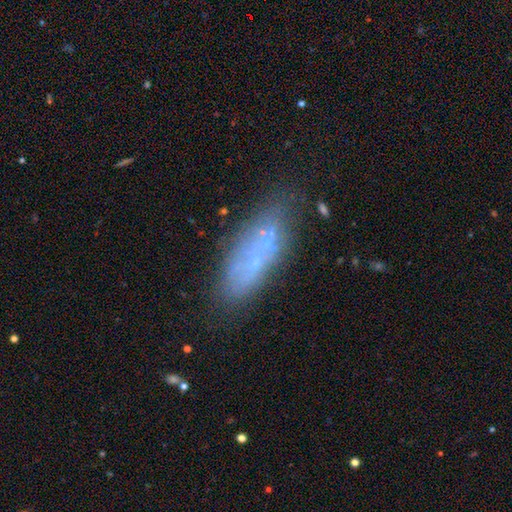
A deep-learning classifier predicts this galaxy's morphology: The model was most divided on "smooth or featured": featured or disk: 44%, smooth: 42%, star or artifact: 14%. More confident: merging — none (65%).